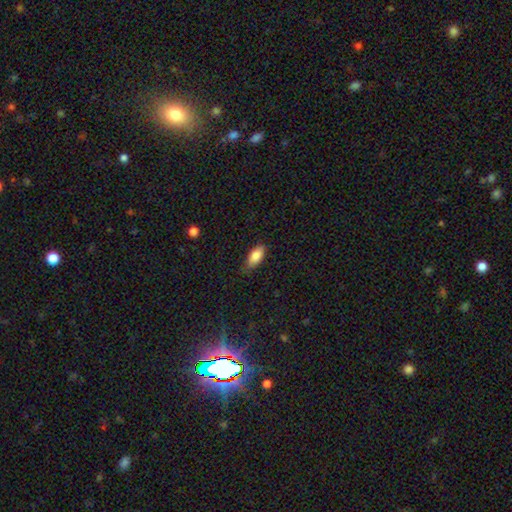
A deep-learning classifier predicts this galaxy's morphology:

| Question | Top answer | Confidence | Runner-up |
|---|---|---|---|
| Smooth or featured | smooth | 83% | featured or disk (11%) |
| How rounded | in between | 86% | cigar-shaped (12%) |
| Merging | none | 77% | minor disturbance (19%) |